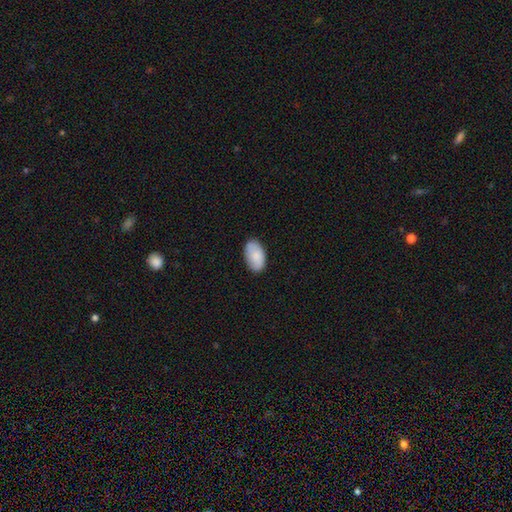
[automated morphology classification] Smooth or featured: smooth — 84% (featured or disk — 10%)
How rounded: in between — 95% (round — 4%)
Merging: none — 84% (minor disturbance — 13%)